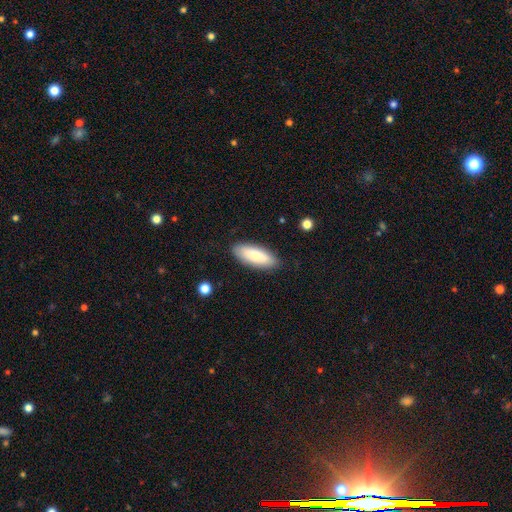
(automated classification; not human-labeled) A smooth galaxy with no disk features (78%) that is in between round and cigar-shaped (72%). Merging: none (86%).